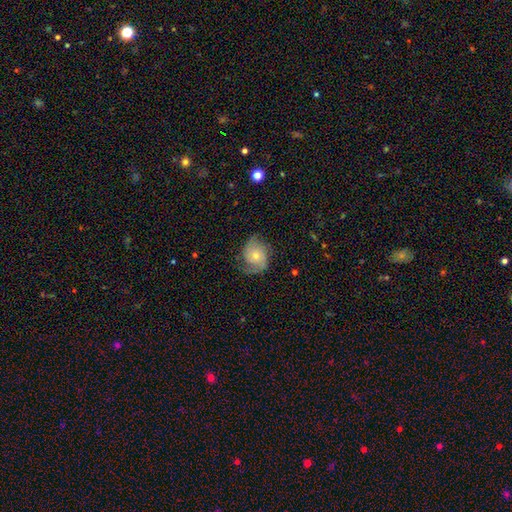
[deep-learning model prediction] The model was most divided on "spiral winding": medium: 42%, tight: 36%, loose: 23%. More confident: edge-on disk — no (97%); spiral arms — yes (94%); bar — no (77%); smooth or featured — featured or disk (73%); spiral arm count — 2 (71%); merging — none (69%); bulge size — small (54%).